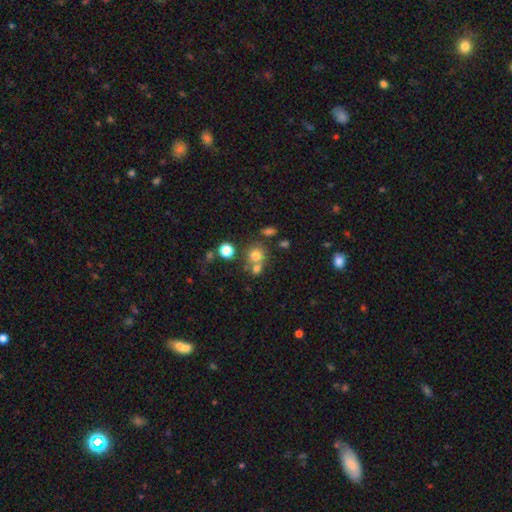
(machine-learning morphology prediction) type=smooth (73%); roundness=round (82%); merging=none (52%).